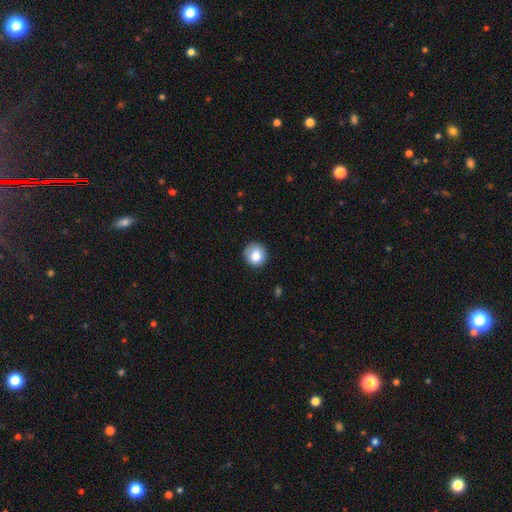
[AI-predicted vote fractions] smooth 82%, featured or disk 9%, star or artifact 9%. Down the decision tree: how rounded — round (91%); merging — none (81%).